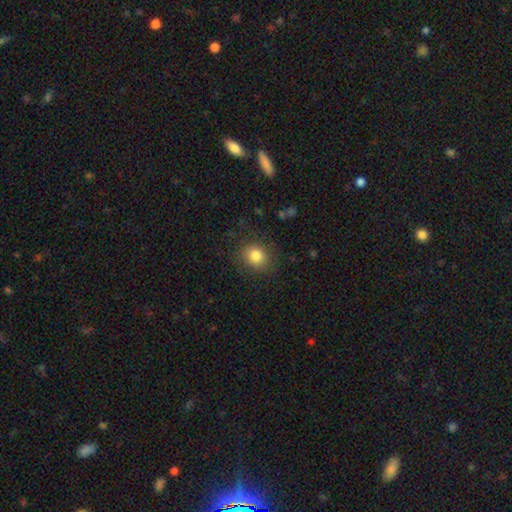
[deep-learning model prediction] Morphology: type=smooth (82%); roundness=round (77%); merging=none (84%).